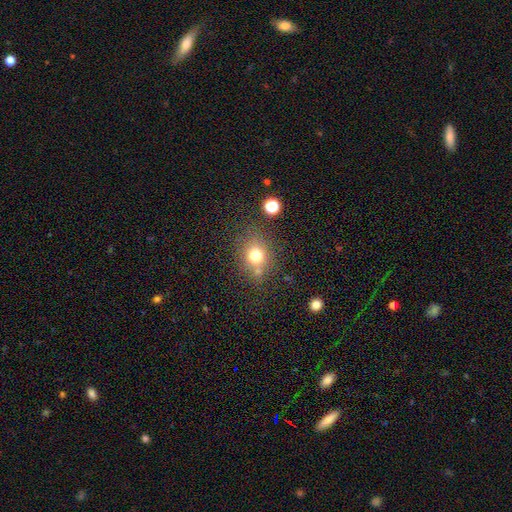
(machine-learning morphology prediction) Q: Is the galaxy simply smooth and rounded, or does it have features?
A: smooth — 74%.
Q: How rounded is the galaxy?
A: round — 65%.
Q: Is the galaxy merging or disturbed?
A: none — 68%.